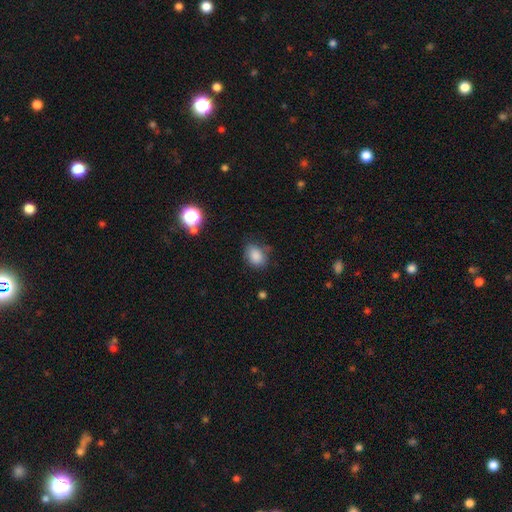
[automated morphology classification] smooth 85%, star or artifact 9%, featured or disk 6%. Down the decision tree: how rounded — in between (67%); merging — none (69%).